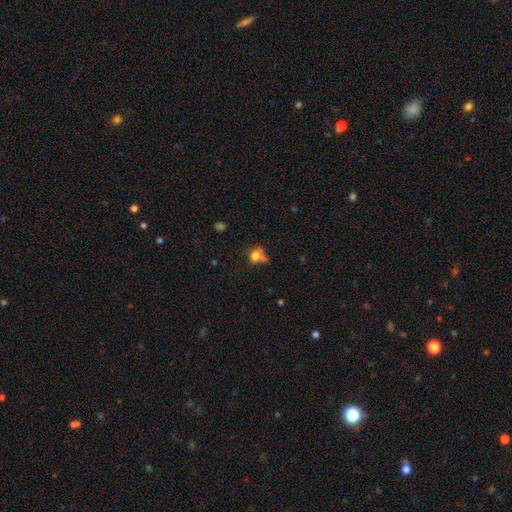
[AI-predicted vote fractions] Overall: smooth (72%). How rounded: round (57%; in between 41%). Merging: none (37%; merger 32%).